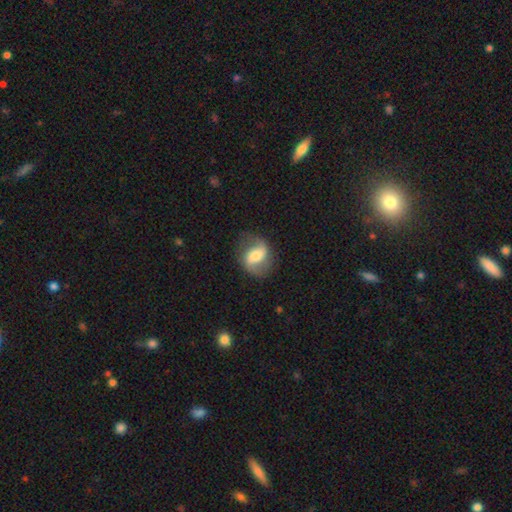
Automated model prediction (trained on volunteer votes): Smooth or featured?
  - featured or disk: 71% *
  - smooth: 22%
  - star or artifact: 7%
Edge-on disk?
  - no: 97% *
  - yes: 3%
Bar?
  - weak: 42% *
  - strong: 31%
  - no: 27%
Spiral arms?
  - yes: 91% *
  - no: 9%
Spiral winding?
  - loose: 56% *
  - medium: 34%
  - tight: 10%
Spiral arm count?
  - 2: 90% *
  - can't tell: 4%
  - 1: 3%
  - 3: 1%
  - 4: 1%
  - more than 4: 1%
Bulge size?
  - moderate: 50% *
  - small: 26%
  - large: 17%
  - none: 5%
  - dominant: 3%
Merging?
  - none: 77% *
  - minor disturbance: 15%
  - major disturbance: 7%
  - merger: 1%